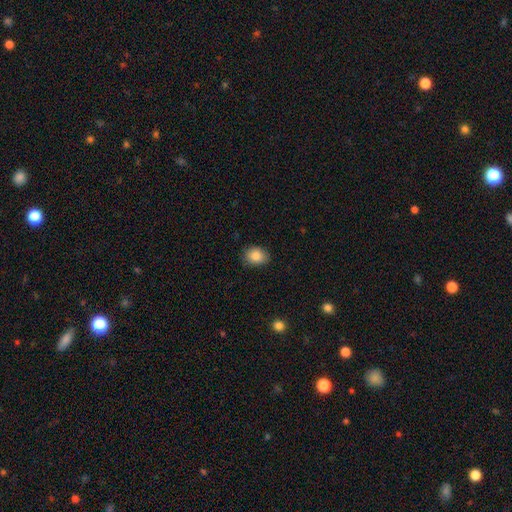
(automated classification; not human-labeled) Smooth or featured? smooth (85%)
How rounded? in between (53%)
Merging? none (82%)